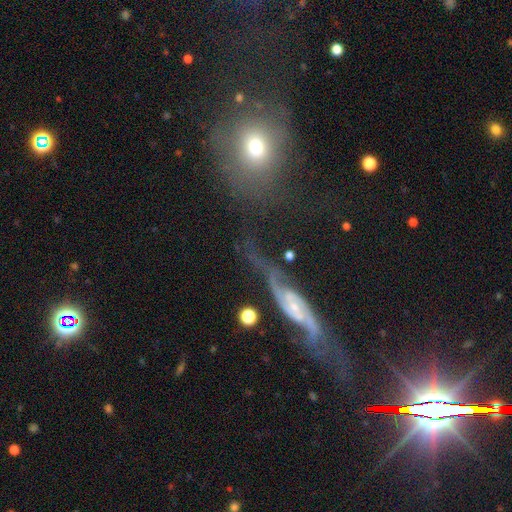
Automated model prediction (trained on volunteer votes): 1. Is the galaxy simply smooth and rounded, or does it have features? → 67% featured or disk, 17% smooth, 16% star or artifact.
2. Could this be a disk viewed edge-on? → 56% yes, 44% no.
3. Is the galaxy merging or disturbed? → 54% none, 22% minor disturbance, 17% major disturbance, 7% merger.